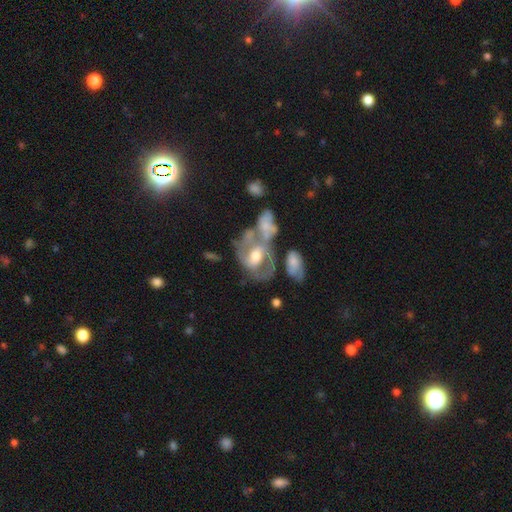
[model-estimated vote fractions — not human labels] Overall: featured or disk (76%). Edge-on disk: no (96%). Bar: no (41%; weak 39%). Spiral arms: yes (77%). Spiral arm count: 2 (61%; can't tell 23%). Spiral winding: medium (47%; tight 30%). Bulge size: moderate (68%). Merging: merger (38%; none 29%).